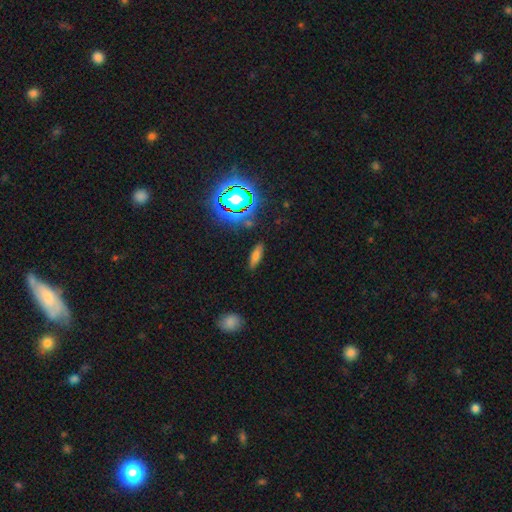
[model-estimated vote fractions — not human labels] smooth 66%, star or artifact 17%, featured or disk 16%. Down the decision tree: how rounded — cigar-shaped (53%); merging — none (85%).